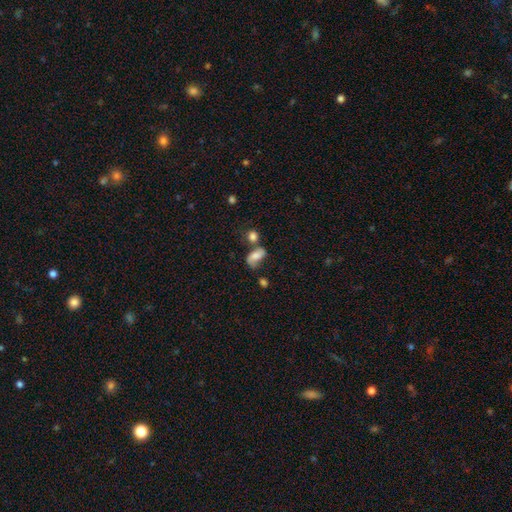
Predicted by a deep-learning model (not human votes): Morphology: type=smooth (56%); roundness=in between (85%); merging=none (31%).